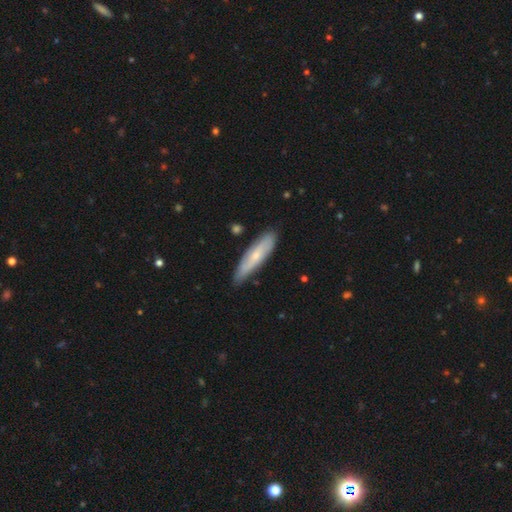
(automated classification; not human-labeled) Smooth or featured? Predicted: smooth (p=0.52). How rounded? Predicted: cigar-shaped (p=0.75). Merging? Predicted: none (p=0.80).